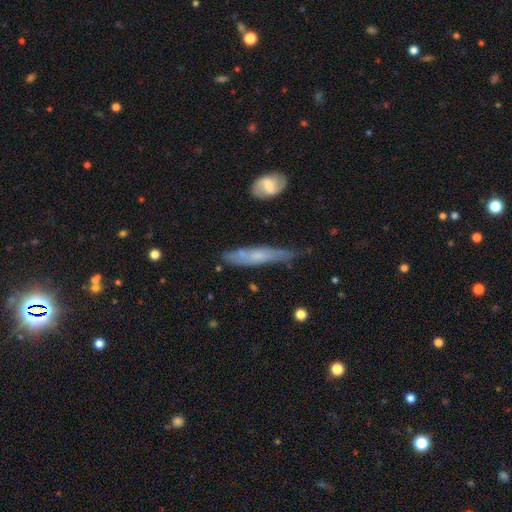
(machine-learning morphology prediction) The model was most divided on "smooth or featured": smooth: 48%, featured or disk: 44%, star or artifact: 8%. More confident: merging — none (61%).